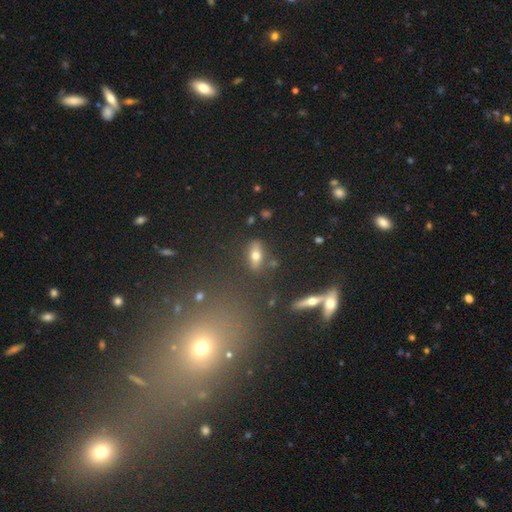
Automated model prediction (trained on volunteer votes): The model was most divided on "smooth or featured": smooth: 57%, featured or disk: 29%, star or artifact: 13%. More confident: merging — none (78%); how rounded — in between (72%).